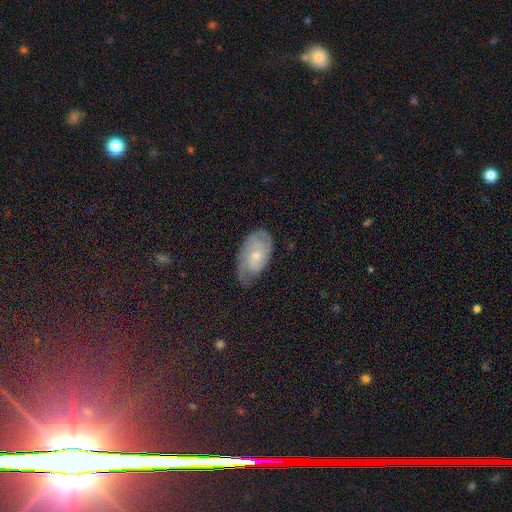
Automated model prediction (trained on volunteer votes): Smooth or featured?
  - featured or disk: 64% *
  - smooth: 29%
  - star or artifact: 7%
Edge-on disk?
  - no: 95% *
  - yes: 5%
Bar?
  - no: 71% *
  - weak: 25%
  - strong: 3%
Spiral arms?
  - yes: 89% *
  - no: 11%
Spiral winding?
  - tight: 54% *
  - medium: 34%
  - loose: 12%
Spiral arm count?
  - 2: 38% *
  - can't tell: 36%
  - 3: 10%
  - 1: 9%
  - 4: 3%
  - more than 4: 3%
Bulge size?
  - small: 55% *
  - moderate: 39%
  - none: 3%
  - large: 2%
  - dominant: 1%
Merging?
  - none: 61% *
  - minor disturbance: 29%
  - major disturbance: 9%
  - merger: 1%